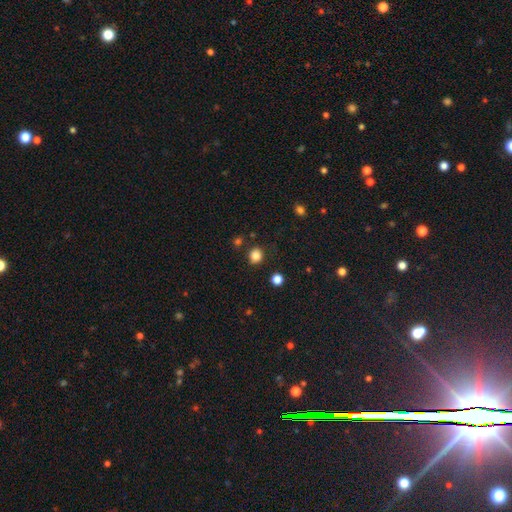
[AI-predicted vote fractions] Overall: smooth (84%). How rounded: round (81%). Merging: none (84%).